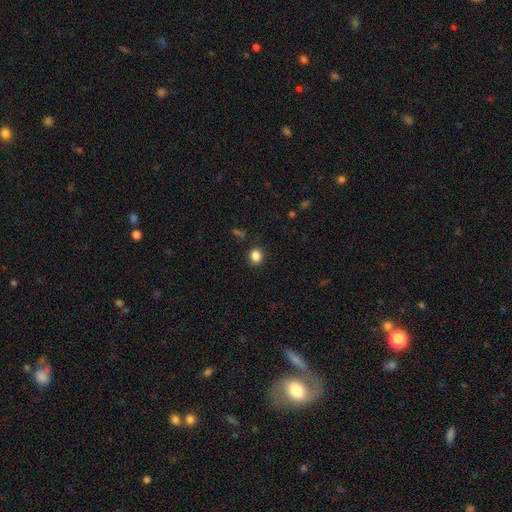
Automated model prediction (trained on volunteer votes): Smooth or featured: smooth — 85% (star or artifact — 11%)
How rounded: round — 64% (in between — 35%)
Merging: none — 87% (minor disturbance — 9%)